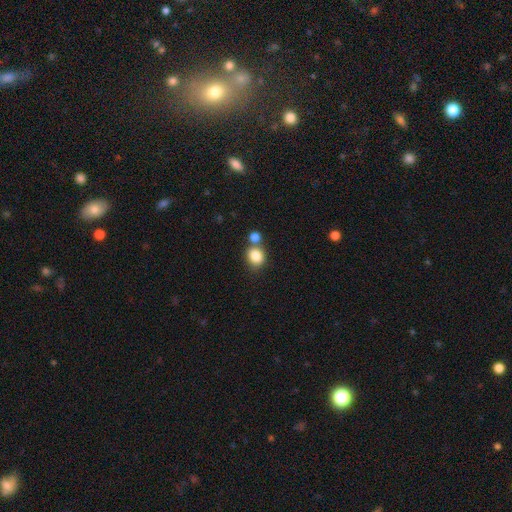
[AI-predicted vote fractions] Smooth or featured?
  - smooth: 84% *
  - star or artifact: 10%
  - featured or disk: 6%
How rounded?
  - round: 69% *
  - in between: 30%
  - cigar-shaped: 1%
Merging?
  - none: 58% *
  - merger: 28%
  - minor disturbance: 10%
  - major disturbance: 3%